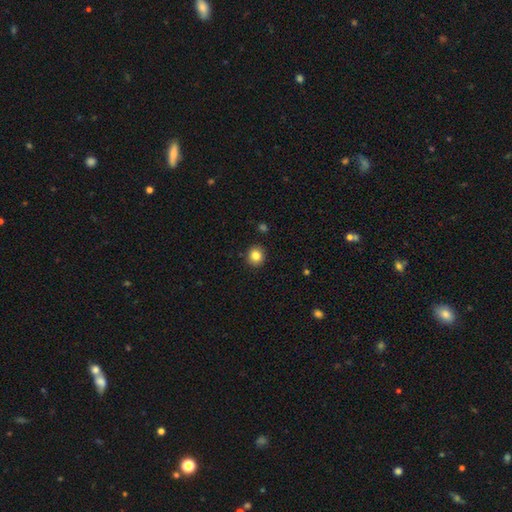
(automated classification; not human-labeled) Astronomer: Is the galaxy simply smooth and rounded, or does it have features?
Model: smooth — 83%.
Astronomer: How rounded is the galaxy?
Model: round — 88%.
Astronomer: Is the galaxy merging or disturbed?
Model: none — 91%.